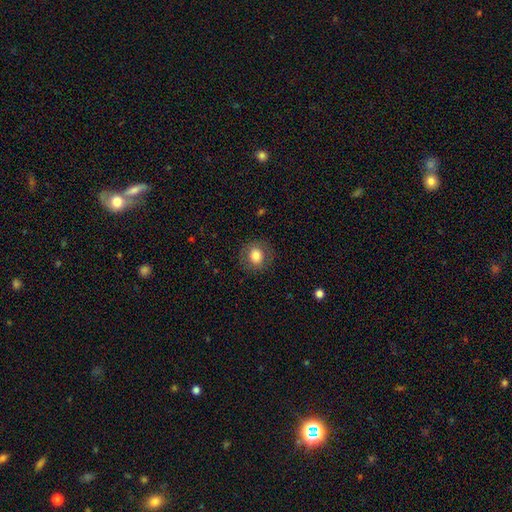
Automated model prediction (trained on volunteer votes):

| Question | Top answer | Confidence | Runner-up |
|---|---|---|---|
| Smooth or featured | smooth | 77% | featured or disk (14%) |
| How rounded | round | 82% | in between (17%) |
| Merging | none | 86% | minor disturbance (9%) |